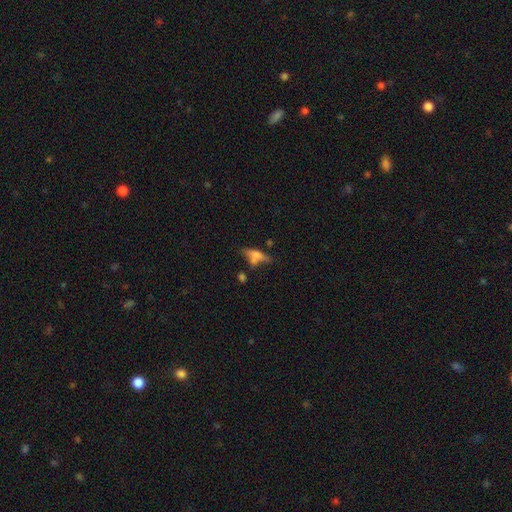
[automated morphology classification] This is possibly a smooth galaxy (50%). How rounded: possibly in between (49%). Merging: possibly none (45%).